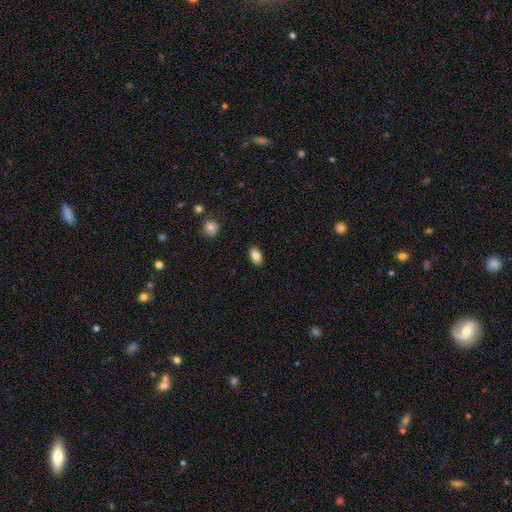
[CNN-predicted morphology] smooth_or_featured: smooth (p=0.86) [alt: star or artifact p=0.08]
how_rounded: in between (p=0.90) [alt: round p=0.09]
merging: none (p=0.88) [alt: minor disturbance p=0.08]